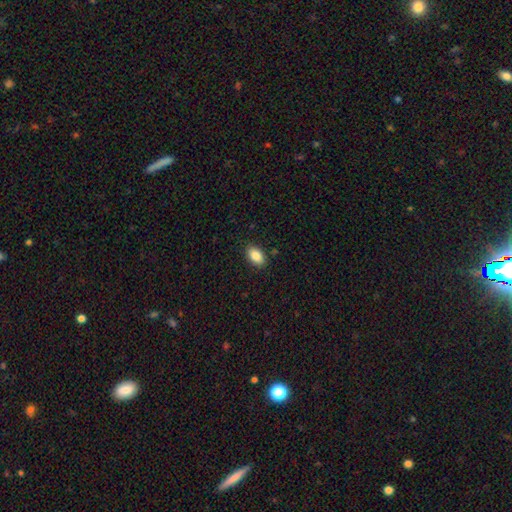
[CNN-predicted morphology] Smooth or featured? smooth (87%)
How rounded? in between (92%)
Merging? none (88%)